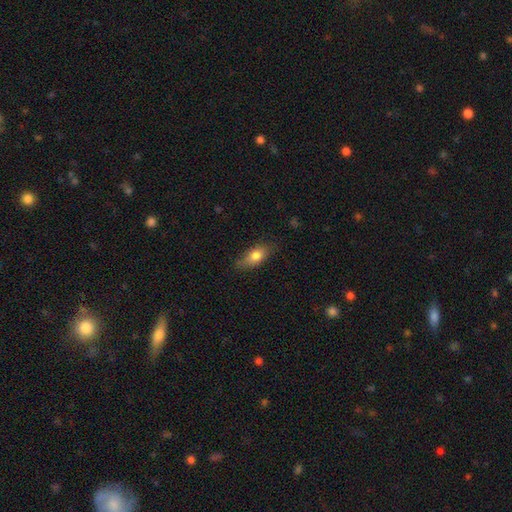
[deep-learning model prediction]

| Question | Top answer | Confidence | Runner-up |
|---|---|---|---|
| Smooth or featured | smooth | 77% | featured or disk (15%) |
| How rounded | in between | 81% | cigar-shaped (13%) |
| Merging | none | 71% | minor disturbance (23%) |